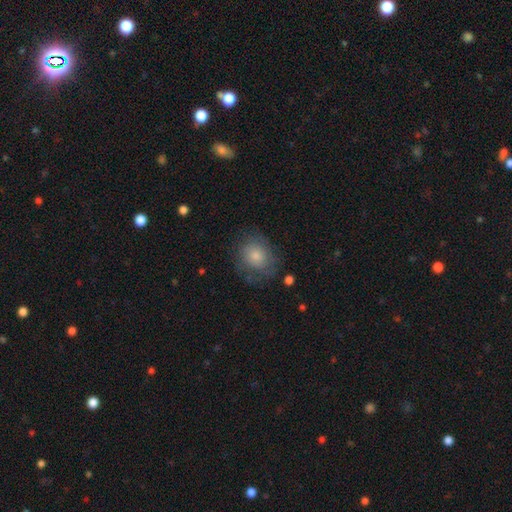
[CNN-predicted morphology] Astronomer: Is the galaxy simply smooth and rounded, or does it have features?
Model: smooth — 67%.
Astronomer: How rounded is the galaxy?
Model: round — 71%.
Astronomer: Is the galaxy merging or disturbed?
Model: none — 69%.